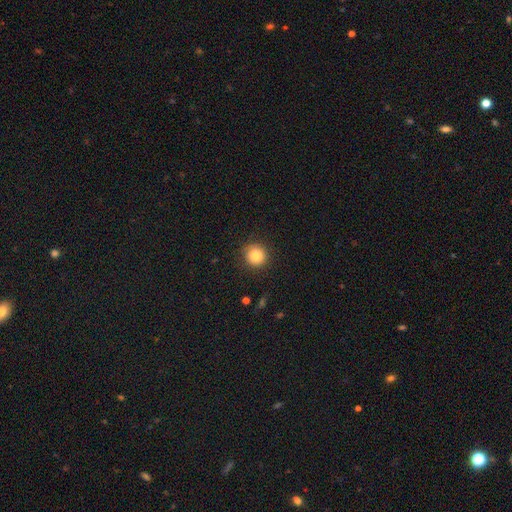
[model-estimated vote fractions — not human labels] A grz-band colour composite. It shows a smooth galaxy with no disk features (82%) that is round (94%). Merging: none (89%).